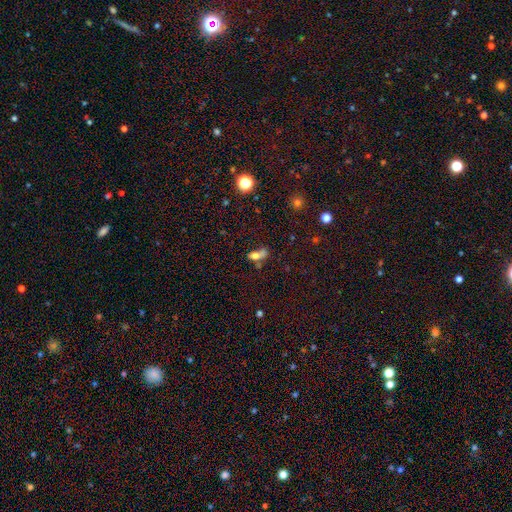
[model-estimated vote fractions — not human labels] This appears to be a smooth galaxy with no disk features (65%) that is in between round and cigar-shaped (67%). Merging: merger (37%).